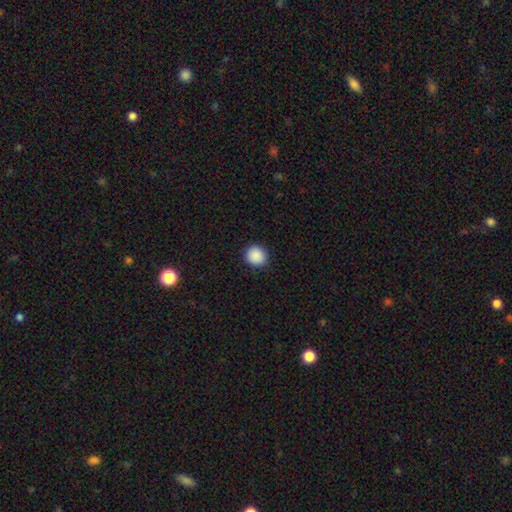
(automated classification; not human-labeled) A smooth galaxy with no disk features (89%) that is round (87%).

Vote fractions:
- Smooth or featured? smooth: 89% / star or artifact: 9% / featured or disk: 2%
- How rounded? round: 87% / in between: 12% / cigar-shaped: 1%
- Merging? none: 90% / minor disturbance: 7% / major disturbance: 2% / merger: 1%